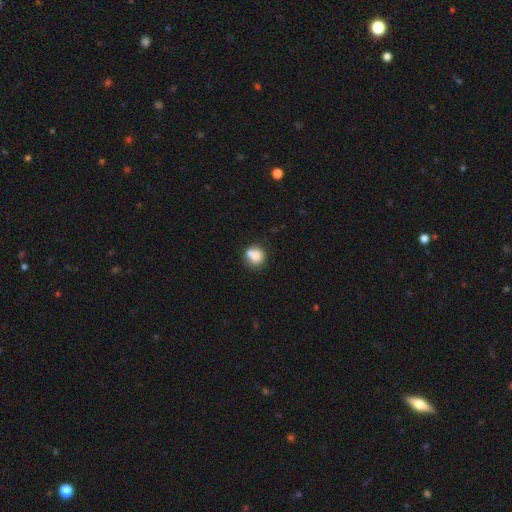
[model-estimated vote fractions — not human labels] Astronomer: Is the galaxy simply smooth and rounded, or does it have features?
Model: smooth — 77%.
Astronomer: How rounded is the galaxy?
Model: round — 82%.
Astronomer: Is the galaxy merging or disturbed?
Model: none — 49% (runner-up: merger, 34%).